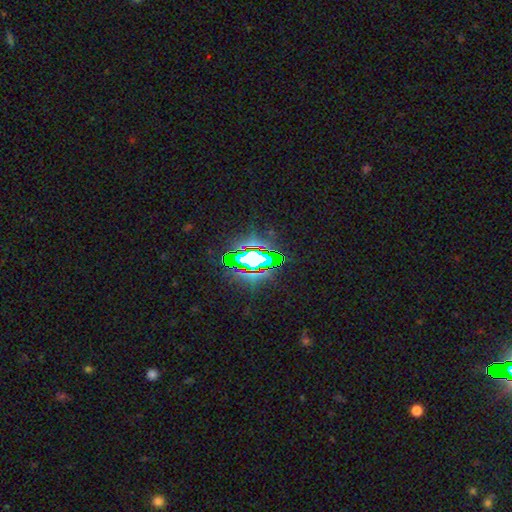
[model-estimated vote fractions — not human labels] This is likely a star or artifact rather than a galaxy (75%).